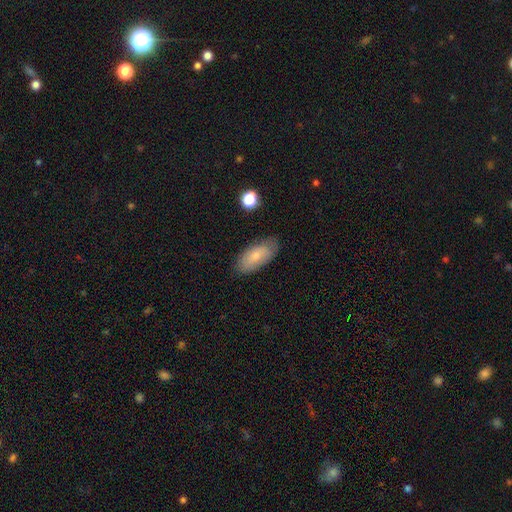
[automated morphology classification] Overall: smooth (73%). How rounded: in between (89%). Merging: none (79%).